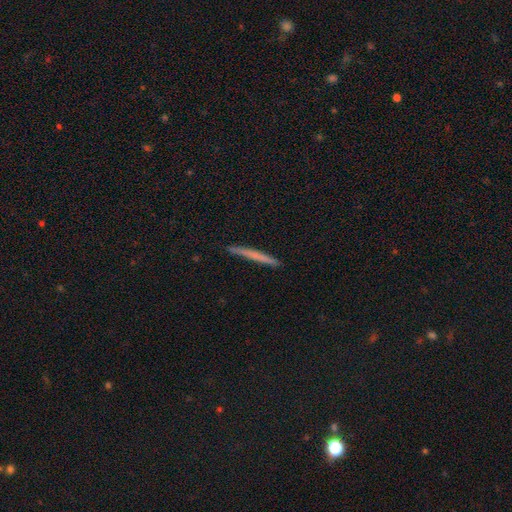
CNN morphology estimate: A smooth galaxy with no disk features (59%) that is cigar-shaped (97%).

Vote fractions:
- Smooth or featured? smooth: 59% / featured or disk: 35% / star or artifact: 6%
- How rounded? cigar-shaped: 97% / in between: 2% / round: 1%
- Merging? none: 90% / minor disturbance: 8% / major disturbance: 1% / merger: 1%